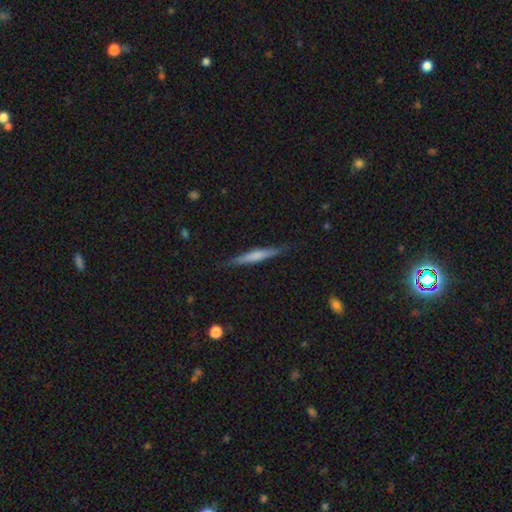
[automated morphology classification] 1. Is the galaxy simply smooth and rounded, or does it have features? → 53% smooth, 41% featured or disk, 6% star or artifact.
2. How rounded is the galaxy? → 94% cigar-shaped, 4% in between, 1% round.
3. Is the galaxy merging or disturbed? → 86% none, 11% minor disturbance, 2% major disturbance, 1% merger.